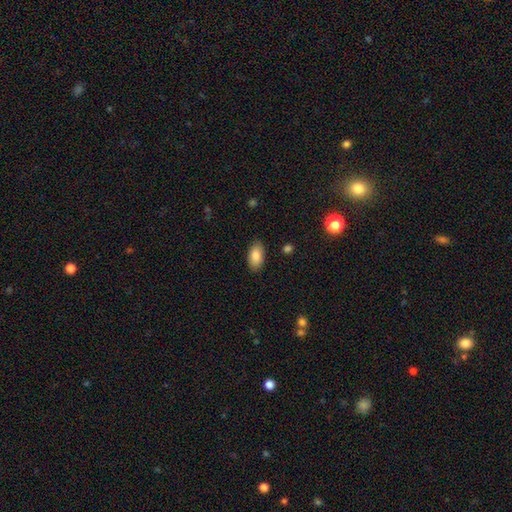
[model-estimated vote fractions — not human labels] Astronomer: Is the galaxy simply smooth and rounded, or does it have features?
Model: smooth — 85%.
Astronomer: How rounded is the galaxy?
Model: in between — 93%.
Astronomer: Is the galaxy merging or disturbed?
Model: none — 86%.